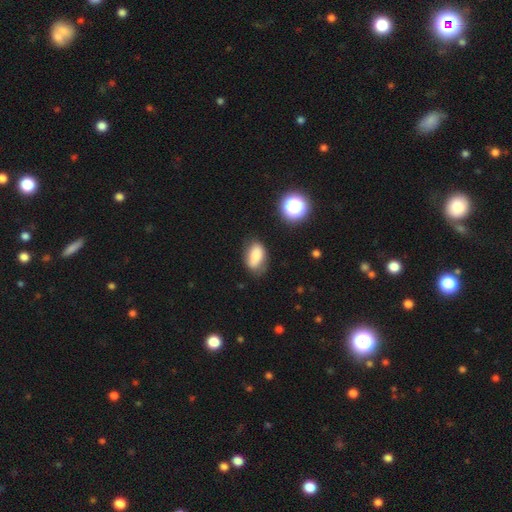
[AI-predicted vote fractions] Smooth or featured? smooth (80%)
How rounded? in between (88%)
Merging? none (66%)